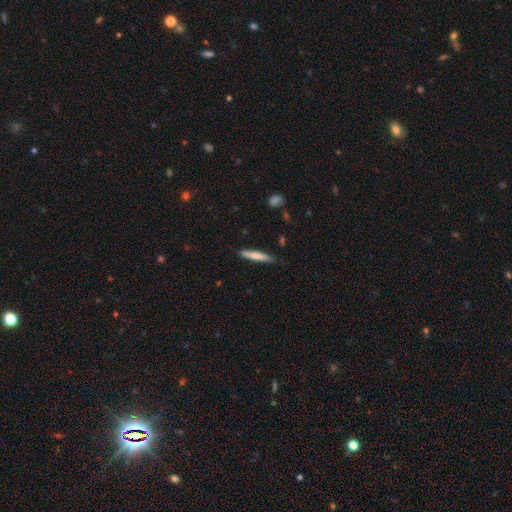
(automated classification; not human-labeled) Smooth or featured?
  - smooth: 71% *
  - featured or disk: 23%
  - star or artifact: 6%
How rounded?
  - cigar-shaped: 93% *
  - in between: 6%
  - round: 1%
Merging?
  - none: 81% *
  - minor disturbance: 15%
  - major disturbance: 2%
  - merger: 2%